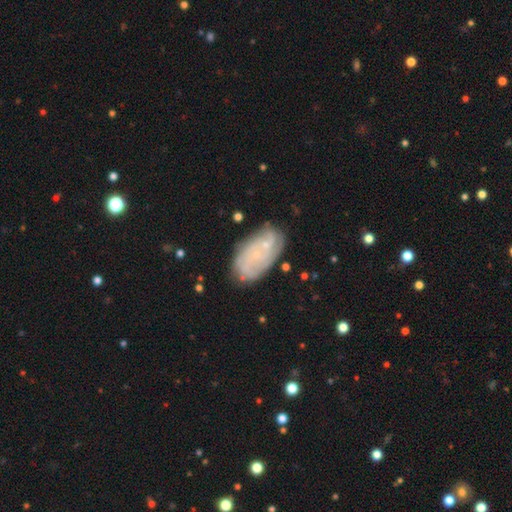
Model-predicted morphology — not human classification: featured or disk 67%, smooth 24%, star or artifact 9%. Down the decision tree: edge-on disk — no (95%); bar — no (80%); spiral arms — yes (79%); spiral arm count — can't tell (52%); spiral winding — tight (62%); bulge size — small (84%); merging — none (72%).